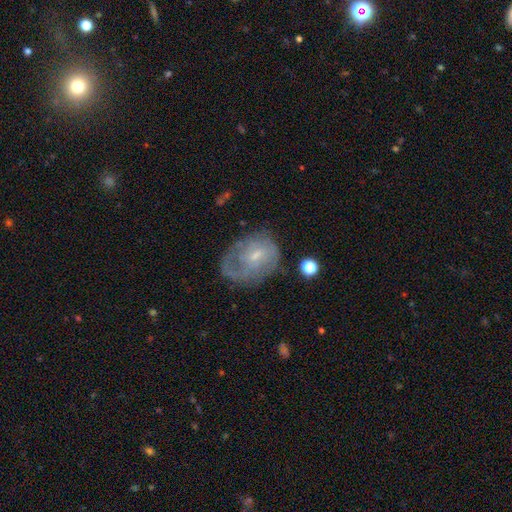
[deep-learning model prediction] Smooth or featured?
  - featured or disk: 60% *
  - smooth: 31%
  - star or artifact: 10%
Edge-on disk?
  - no: 96% *
  - yes: 4%
Bar?
  - no: 59% *
  - weak: 36%
  - strong: 6%
Spiral arms?
  - yes: 67% *
  - no: 33%
Bulge size?
  - small: 65% *
  - moderate: 26%
  - none: 6%
  - large: 1%
  - dominant: 1%
Merging?
  - none: 53% *
  - minor disturbance: 25%
  - major disturbance: 19%
  - merger: 2%